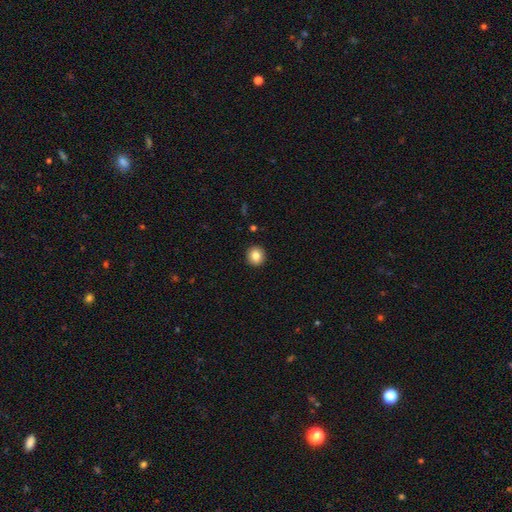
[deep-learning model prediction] This appears to be a smooth galaxy with no disk features (84%) that is round (90%). Merging: none (93%).